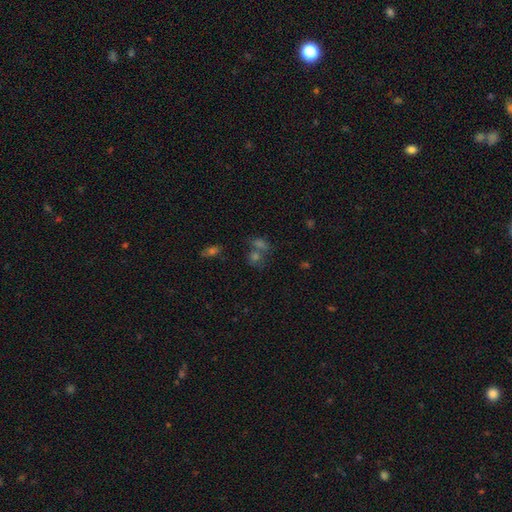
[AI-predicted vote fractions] smooth-or-featured: smooth: 50% | star or artifact: 34% | featured or disk: 16%
  how-rounded: round: 56% | in between: 40% | cigar-shaped: 4%
  merging: none: 50% | merger: 34% | minor disturbance: 10% | major disturbance: 6%